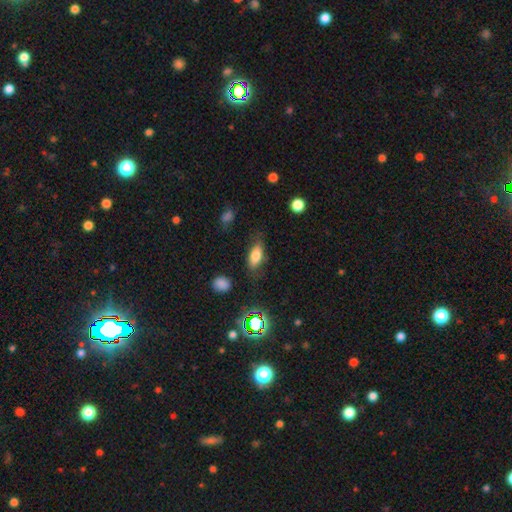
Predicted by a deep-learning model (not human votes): Q: Smooth or featured?
A: smooth (74%); runner-up: featured or disk (16%)
Q: How rounded?
A: in between (80%); runner-up: cigar-shaped (15%)
Q: Merging?
A: none (74%); runner-up: minor disturbance (18%)